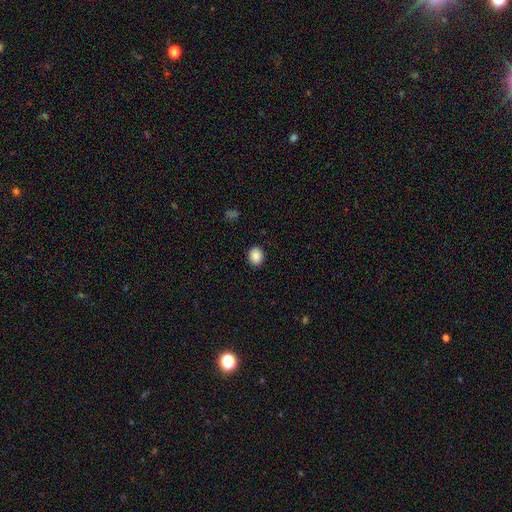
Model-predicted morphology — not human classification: type=smooth (88%); roundness=round (58%); merging=none (91%).